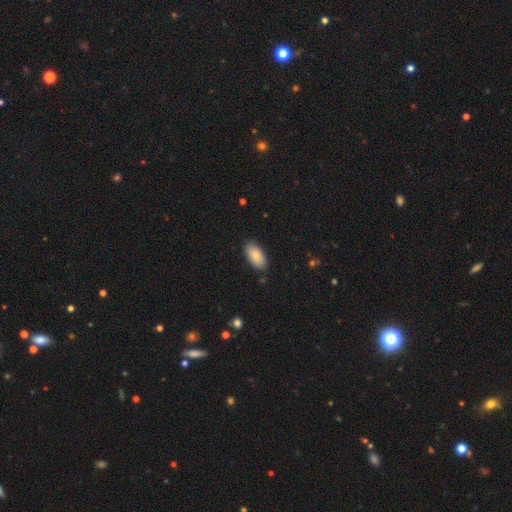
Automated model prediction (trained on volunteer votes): smooth-or-featured: smooth: 82% | featured or disk: 12% | star or artifact: 7%
  how-rounded: in between: 93% | cigar-shaped: 4% | round: 3%
  merging: none: 86% | minor disturbance: 11% | major disturbance: 2% | merger: 1%